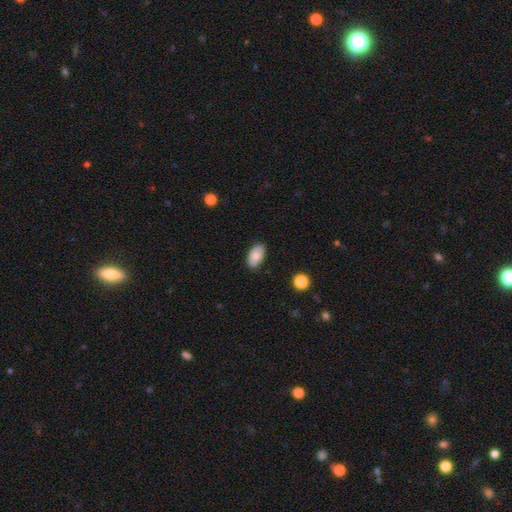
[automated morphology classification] This appears to be a smooth galaxy with no disk features (81%) that is in between round and cigar-shaped (94%). Merging: none (84%).